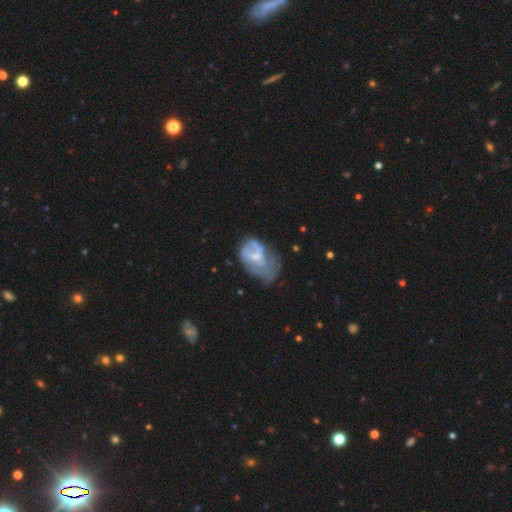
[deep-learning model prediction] Overall: featured or disk (59%; smooth 33%). Edge-on disk: no (97%). Bar: no (57%; weak 36%). Spiral arms: no (55%; yes 45%). Bulge size: small (48%; moderate 28%). Merging: major disturbance (37%; none 29%).